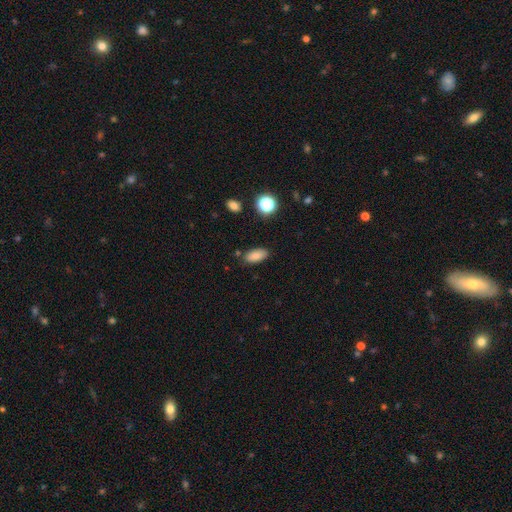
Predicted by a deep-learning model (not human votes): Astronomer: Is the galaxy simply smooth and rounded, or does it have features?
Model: smooth — 83%.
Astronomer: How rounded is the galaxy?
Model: in between — 88%.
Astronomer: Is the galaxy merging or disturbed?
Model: none — 83%.